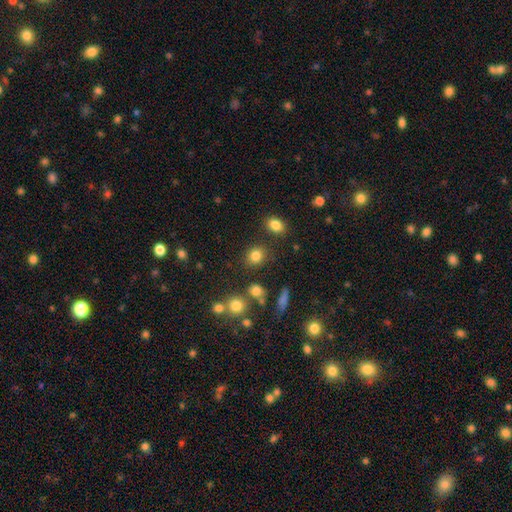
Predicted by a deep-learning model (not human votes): Smooth or featured?
  - smooth: 81% *
  - star or artifact: 12%
  - featured or disk: 6%
How rounded?
  - round: 72% *
  - in between: 27%
  - cigar-shaped: 1%
Merging?
  - none: 81% *
  - minor disturbance: 10%
  - merger: 6%
  - major disturbance: 4%